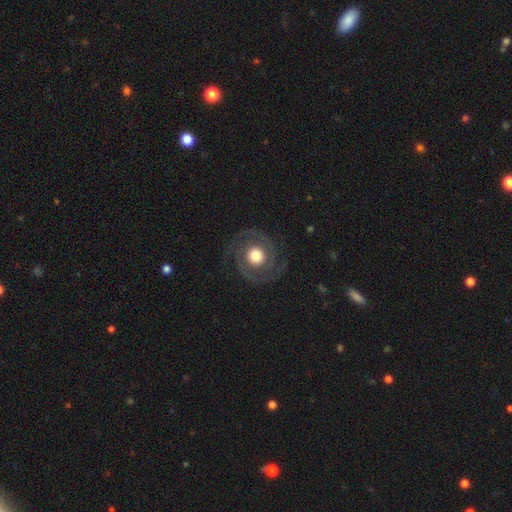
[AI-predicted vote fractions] A featured or disk galaxy (83%) with no bar (79%), 2 (90%) tight (53%) spiral arms (93%) and a large central bulge (47%). Merging: none (84%).